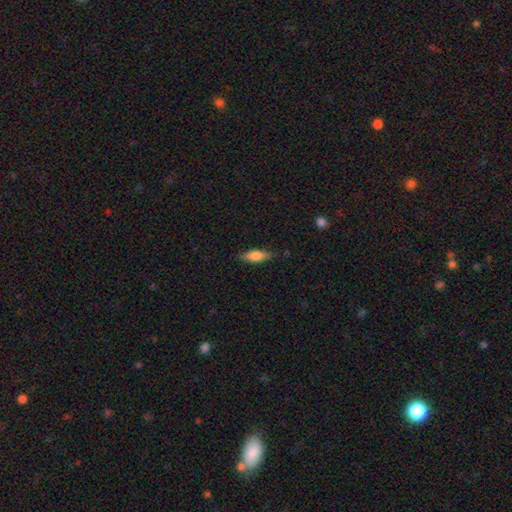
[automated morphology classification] Q: Smooth or featured?
A: smooth (69%); runner-up: featured or disk (25%)
Q: How rounded?
A: in between (57%); runner-up: cigar-shaped (40%)
Q: Merging?
A: none (81%); runner-up: minor disturbance (14%)